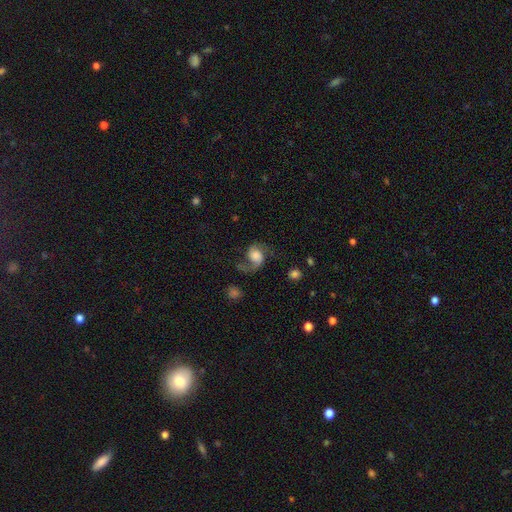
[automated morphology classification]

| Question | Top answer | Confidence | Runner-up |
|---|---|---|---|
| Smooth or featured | featured or disk | 72% | smooth (20%) |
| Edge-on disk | no | 98% | yes (2%) |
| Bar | no | 62% | weak (31%) |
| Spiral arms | yes | 95% | no (5%) |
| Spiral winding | loose | 61% | medium (32%) |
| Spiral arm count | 2 | 75% | 1 (20%) |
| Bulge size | large | 37% | moderate (27%) |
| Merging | none | 52% | major disturbance (26%) |